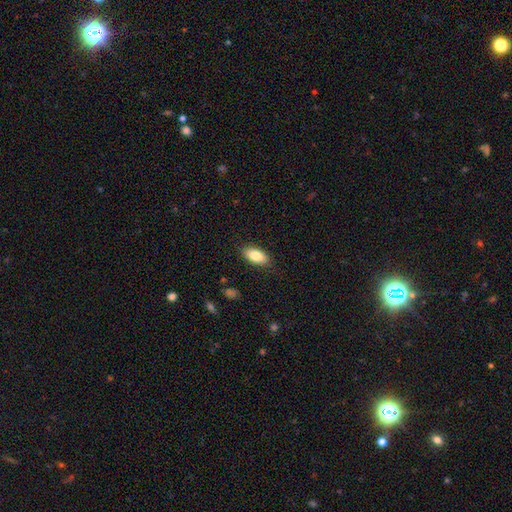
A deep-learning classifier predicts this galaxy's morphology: Smooth or featured: smooth — 84% (featured or disk — 9%)
How rounded: in between — 88% (cigar-shaped — 9%)
Merging: none — 86% (minor disturbance — 11%)